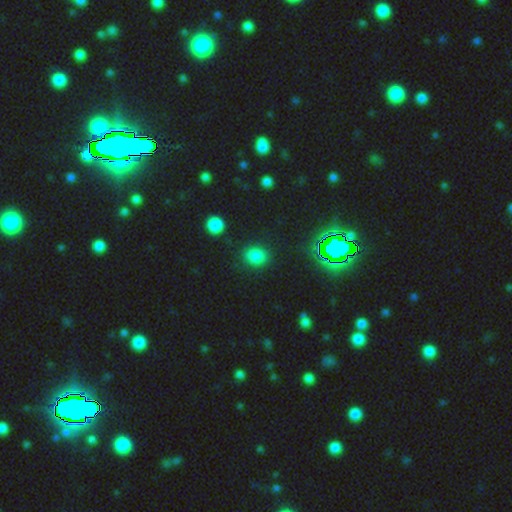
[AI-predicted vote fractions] Smooth or featured? Predicted: smooth (p=0.75). How rounded? Predicted: in between (p=0.52). Merging? Predicted: none (p=0.86).